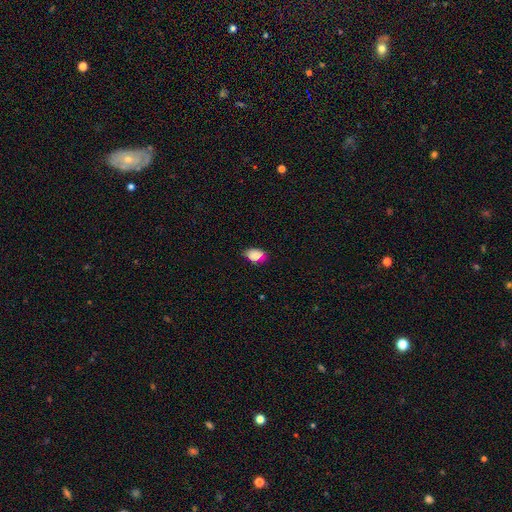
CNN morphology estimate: type=smooth (80%); roundness=in between (86%); merging=none (73%).